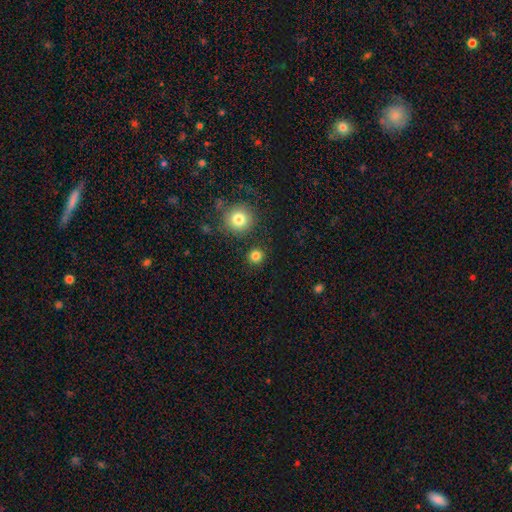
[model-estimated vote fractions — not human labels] A smooth galaxy with no disk features (83%) that is round (92%).

Vote fractions:
- Smooth or featured? smooth: 83% / star or artifact: 13% / featured or disk: 4%
- How rounded? round: 92% / in between: 7% / cigar-shaped: 1%
- Merging? none: 89% / minor disturbance: 6% / merger: 3% / major disturbance: 2%